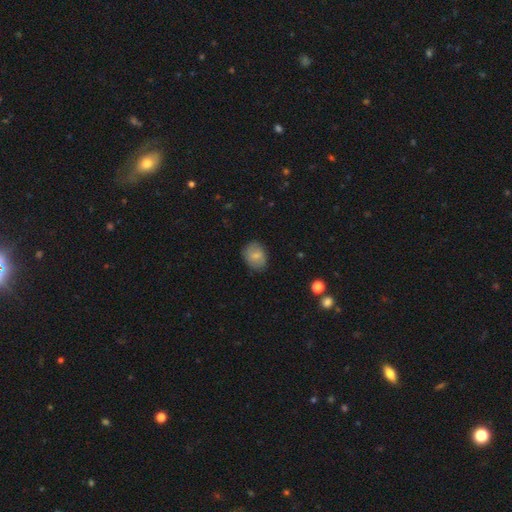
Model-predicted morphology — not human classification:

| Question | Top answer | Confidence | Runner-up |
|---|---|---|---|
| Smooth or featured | smooth | 79% | featured or disk (14%) |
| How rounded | in between | 61% | round (38%) |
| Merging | none | 78% | minor disturbance (17%) |